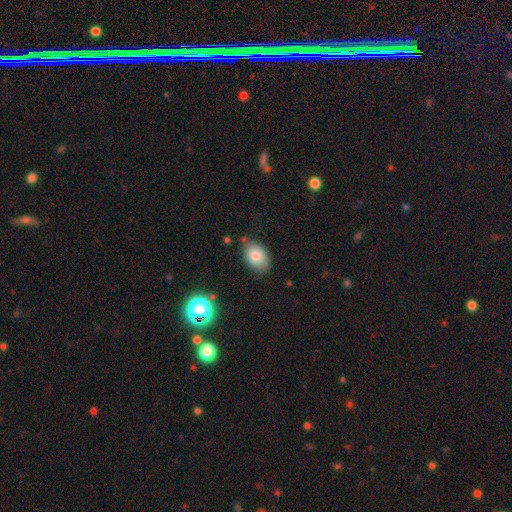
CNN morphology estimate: type=smooth (82%); roundness=in between (85%); merging=none (75%).